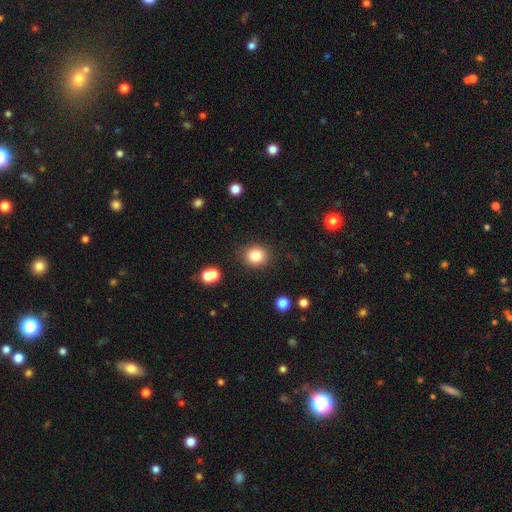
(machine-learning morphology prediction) Smooth or featured?
  - smooth: 83% *
  - star or artifact: 11%
  - featured or disk: 6%
How rounded?
  - round: 85% *
  - in between: 14%
  - cigar-shaped: 1%
Merging?
  - none: 88% *
  - minor disturbance: 7%
  - major disturbance: 3%
  - merger: 2%